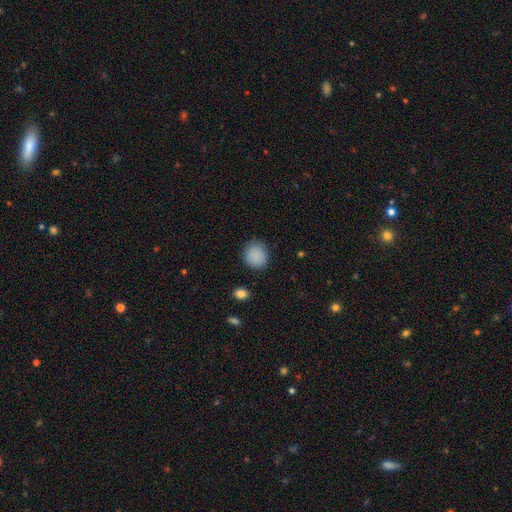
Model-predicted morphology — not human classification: Smooth or featured? Predicted: smooth (p=0.88). How rounded? Predicted: round (p=0.85). Merging? Predicted: none (p=0.86).